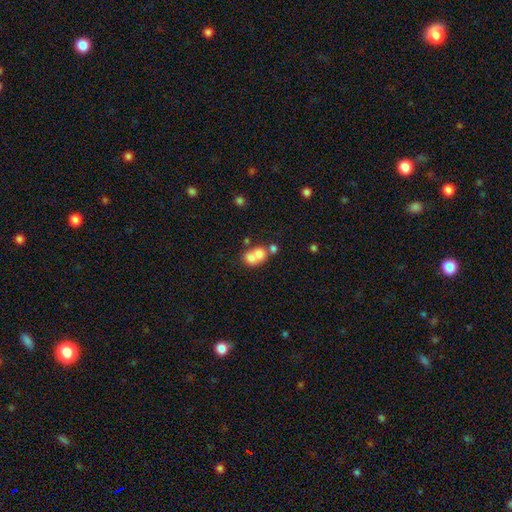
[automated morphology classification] type=smooth (68%); roundness=round (59%); merging=merger (66%).